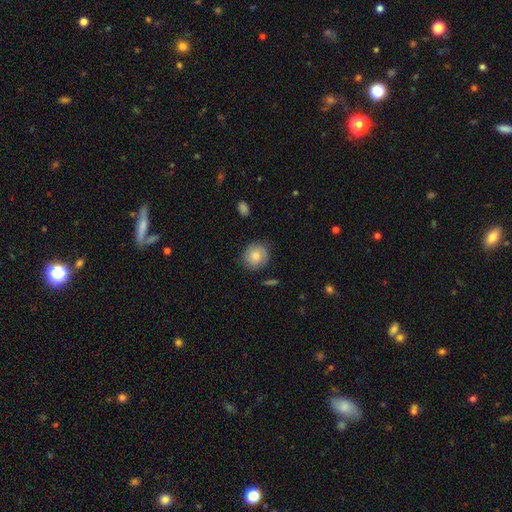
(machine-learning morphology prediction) Smooth or featured? smooth (68%)
How rounded? round (79%)
Merging? none (80%)